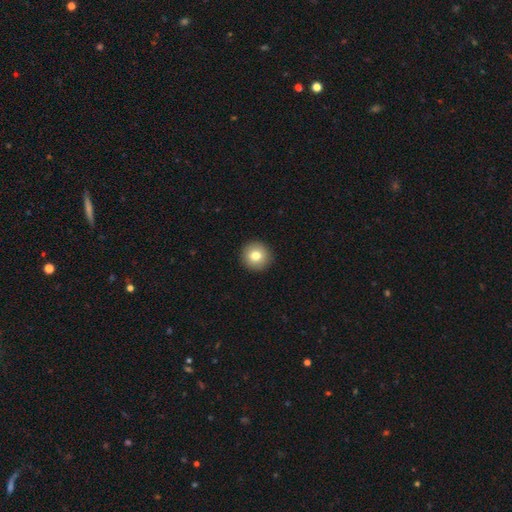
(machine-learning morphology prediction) The model was most divided on "smooth or featured": smooth: 79%, featured or disk: 12%, star or artifact: 10%. More confident: how rounded — round (96%); merging — none (93%).